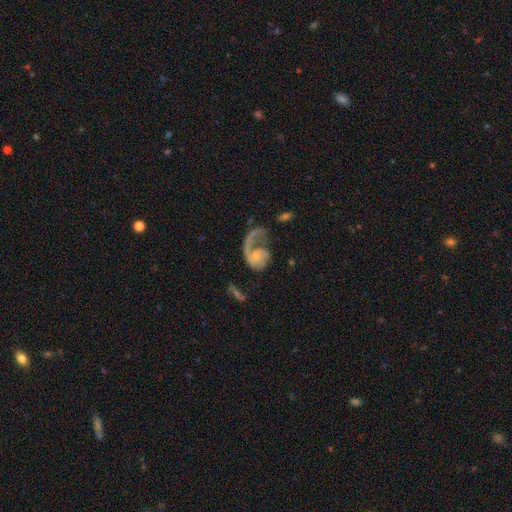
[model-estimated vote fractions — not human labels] Overall: featured or disk (76%). Edge-on disk: no (98%). Bar: no (77%). Spiral arms: yes (85%). Spiral arm count: 1 (85%). Spiral winding: loose (57%; medium 29%). Bulge size: small (64%). Merging: major disturbance (54%; none 27%).